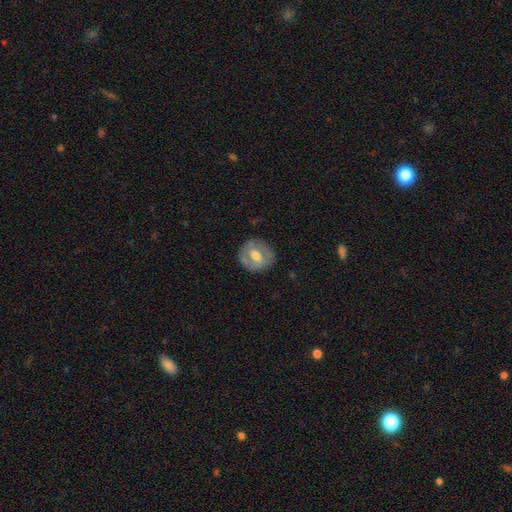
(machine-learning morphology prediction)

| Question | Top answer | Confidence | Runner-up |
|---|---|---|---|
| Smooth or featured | featured or disk | 53% | smooth (41%) |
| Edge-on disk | no | 94% | yes (6%) |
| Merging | none | 75% | minor disturbance (17%) |